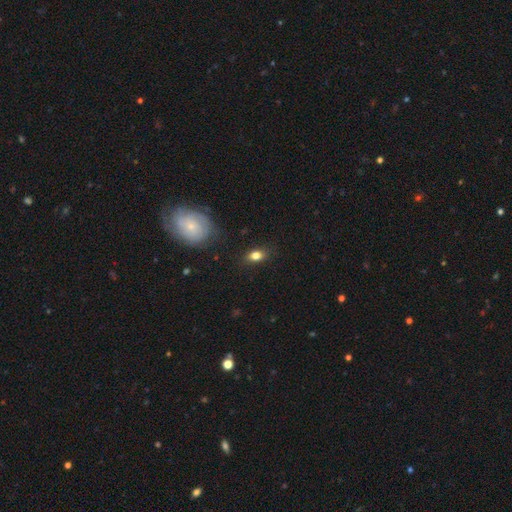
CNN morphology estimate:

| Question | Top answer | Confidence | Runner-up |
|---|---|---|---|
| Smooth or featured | smooth | 79% | featured or disk (11%) |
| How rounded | in between | 78% | round (18%) |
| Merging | none | 82% | minor disturbance (13%) |